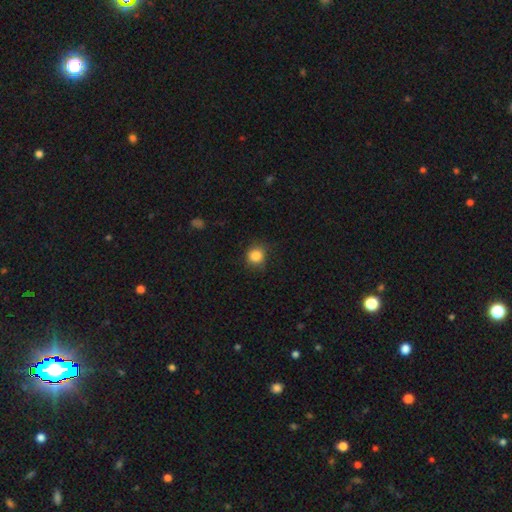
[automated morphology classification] Smooth or featured: smooth — 85% (star or artifact — 10%)
How rounded: round — 88% (in between — 11%)
Merging: none — 77% (minor disturbance — 18%)